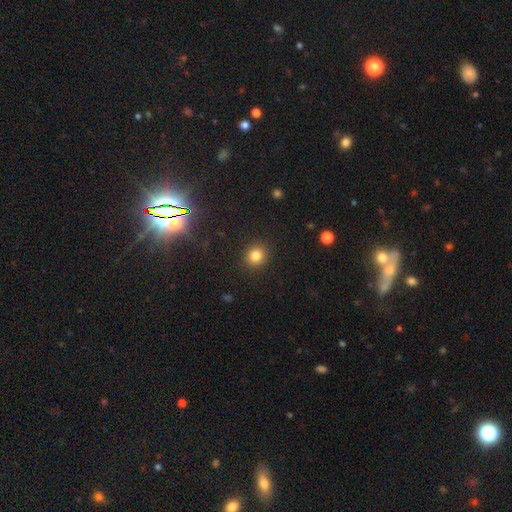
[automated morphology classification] A smooth galaxy with no disk features (81%) that is round (83%). Merging: none (90%).